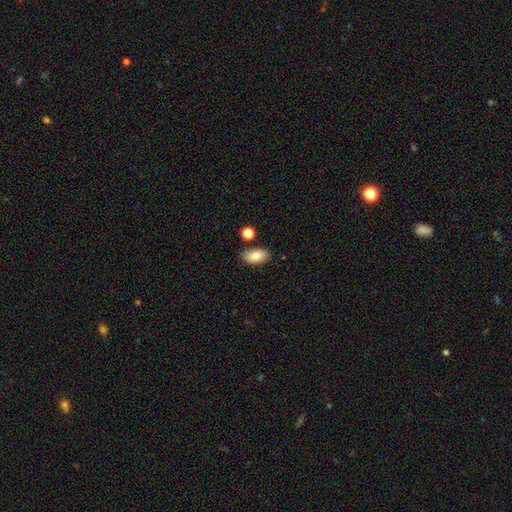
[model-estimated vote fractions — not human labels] This is clearly a smooth galaxy (83%). How rounded: clearly in between (92%). Merging: clearly none (81%).